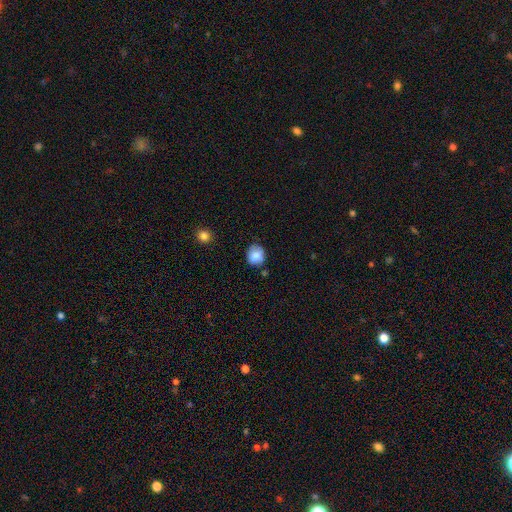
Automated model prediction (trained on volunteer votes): The model was most divided on "merging": none: 74%, minor disturbance: 18%, merger: 4%, major disturbance: 3%. More confident: smooth or featured — smooth (86%); how rounded — round (78%).